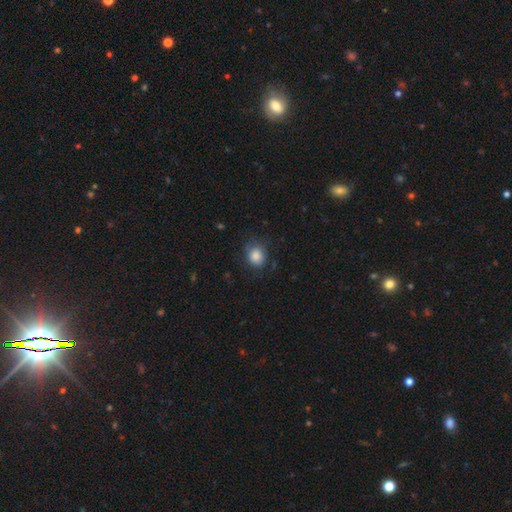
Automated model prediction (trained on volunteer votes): Smooth or featured? smooth (83%)
How rounded? round (71%)
Merging? none (72%)